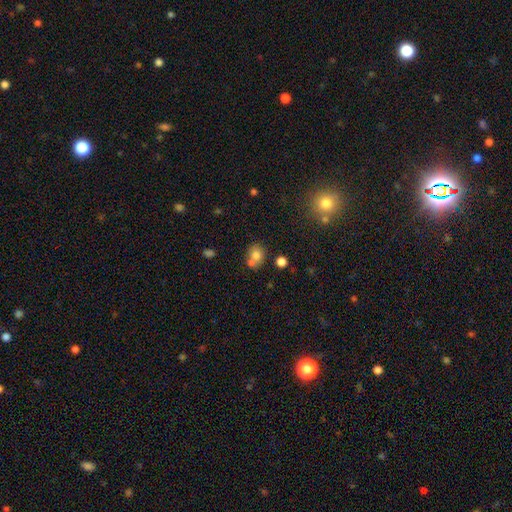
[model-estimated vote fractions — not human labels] Morphology: type=smooth (76%); roundness=round (68%); merging=none (48%).